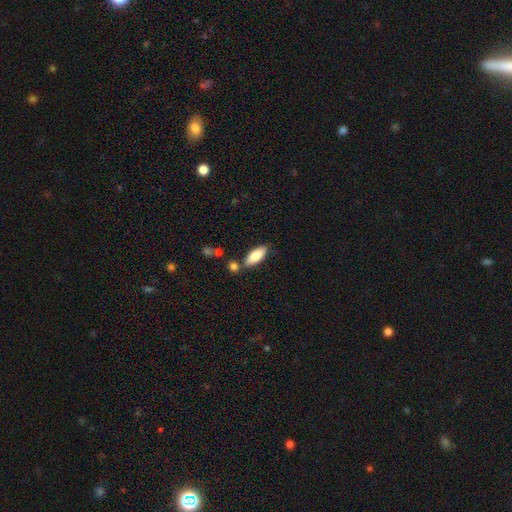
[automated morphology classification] A smooth galaxy with no disk features (81%) that is in between round and cigar-shaped (75%). Merging: none (76%).